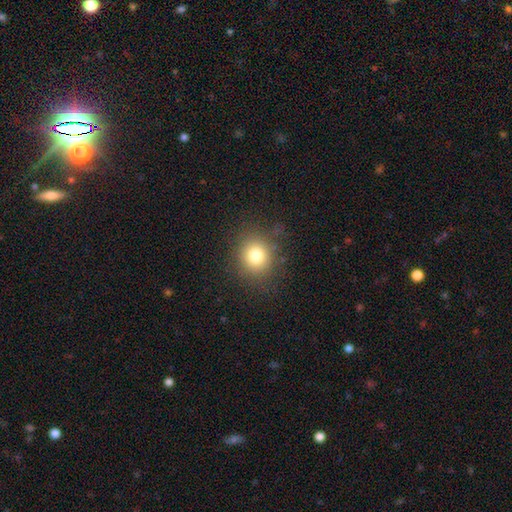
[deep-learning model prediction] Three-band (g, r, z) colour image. It shows a smooth galaxy with no disk features (78%) that is round (83%). Merging: none (85%).